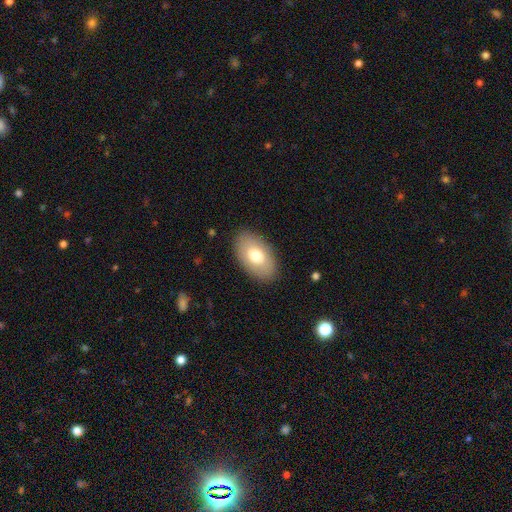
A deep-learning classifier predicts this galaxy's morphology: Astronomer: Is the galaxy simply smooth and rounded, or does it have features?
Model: smooth — 72%.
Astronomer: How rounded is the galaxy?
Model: in between — 93%.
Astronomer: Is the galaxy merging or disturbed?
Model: none — 87%.